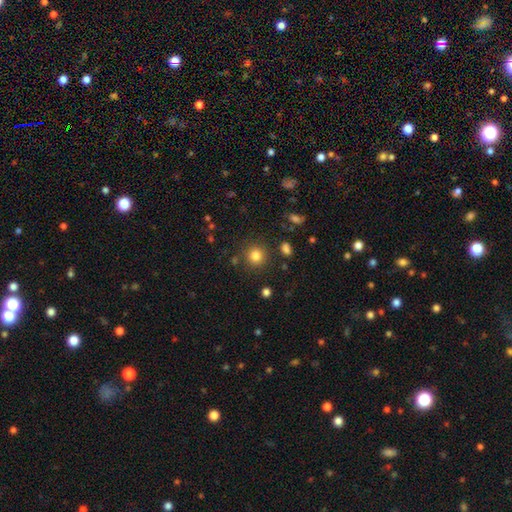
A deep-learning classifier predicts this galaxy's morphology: Smooth or featured? Predicted: smooth (p=0.81). How rounded? Predicted: round (p=0.93). Merging? Predicted: none (p=0.86).